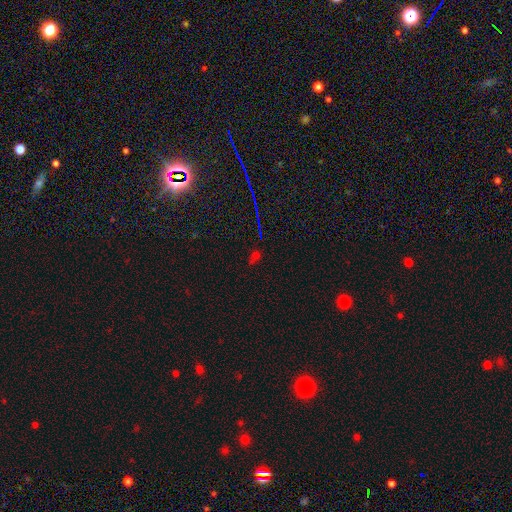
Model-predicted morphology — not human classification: smooth-or-featured: star or artifact: 55% | smooth: 34% | featured or disk: 11%